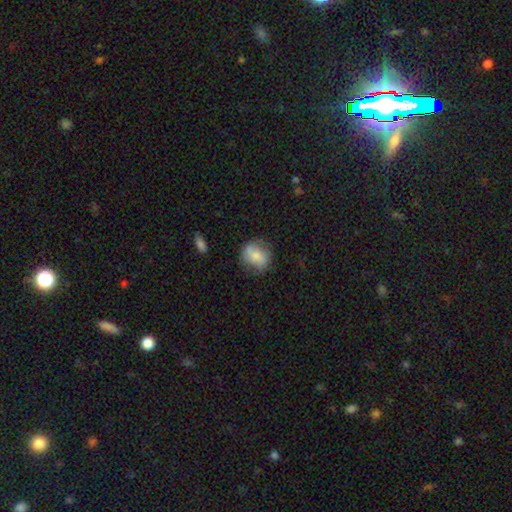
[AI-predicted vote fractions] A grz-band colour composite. It shows a smooth galaxy with no disk features (60%) that is round (73%). Merging: none (69%).